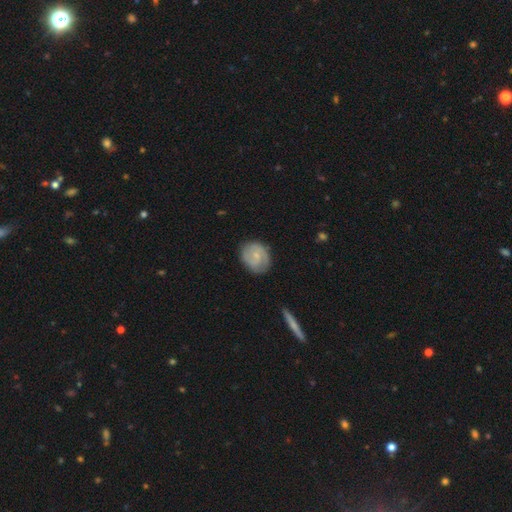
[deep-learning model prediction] Q: Smooth or featured?
A: featured or disk (65%); runner-up: smooth (29%)
Q: Edge-on disk?
A: no (98%); runner-up: yes (2%)
Q: Bar?
A: no (55%); runner-up: weak (39%)
Q: Spiral arms?
A: yes (90%); runner-up: no (10%)
Q: Spiral winding?
A: tight (48%); runner-up: medium (40%)
Q: Spiral arm count?
A: 2 (70%); runner-up: can't tell (16%)
Q: Bulge size?
A: small (65%); runner-up: moderate (25%)
Q: Merging?
A: none (80%); runner-up: minor disturbance (15%)